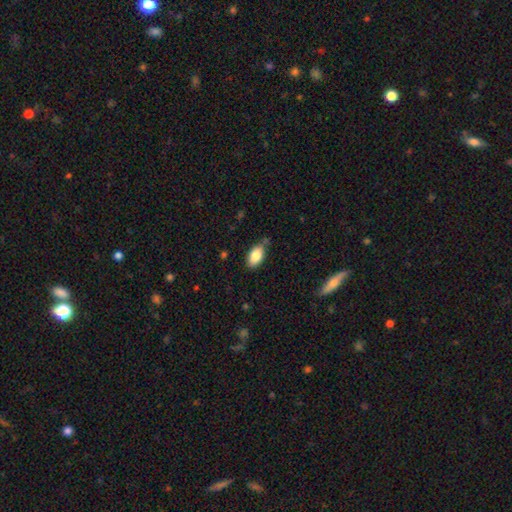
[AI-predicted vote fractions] smooth_or_featured: smooth (p=0.84) [alt: featured or disk p=0.09]
how_rounded: in between (p=0.92) [alt: round p=0.05]
merging: none (p=0.71) [alt: minor disturbance p=0.21]